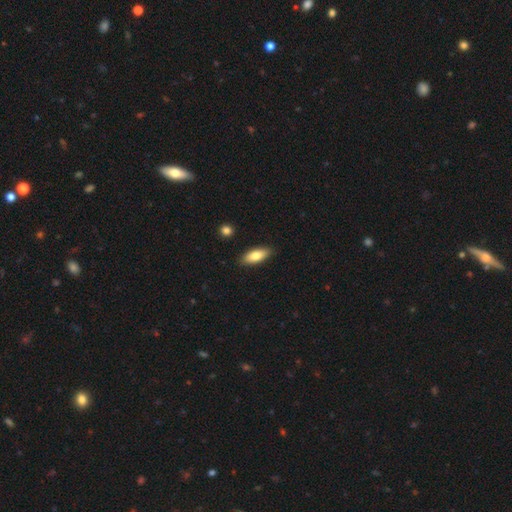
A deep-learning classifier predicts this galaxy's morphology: This is likely a smooth galaxy (80%). How rounded: likely in between (76%). Merging: clearly none (88%).